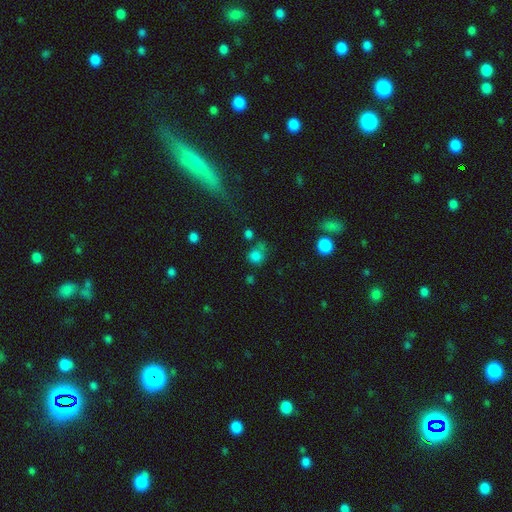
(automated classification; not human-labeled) smooth_or_featured: smooth (p=0.77) [alt: star or artifact p=0.16]
how_rounded: round (p=0.76) [alt: in between p=0.23]
merging: none (p=0.52) [alt: minor disturbance p=0.21]